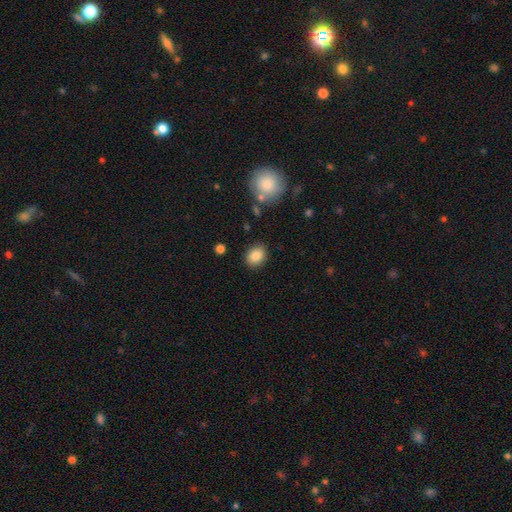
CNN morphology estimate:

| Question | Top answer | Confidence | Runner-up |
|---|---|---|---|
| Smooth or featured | smooth | 85% | star or artifact (9%) |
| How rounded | in between | 56% | round (43%) |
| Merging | none | 87% | minor disturbance (9%) |